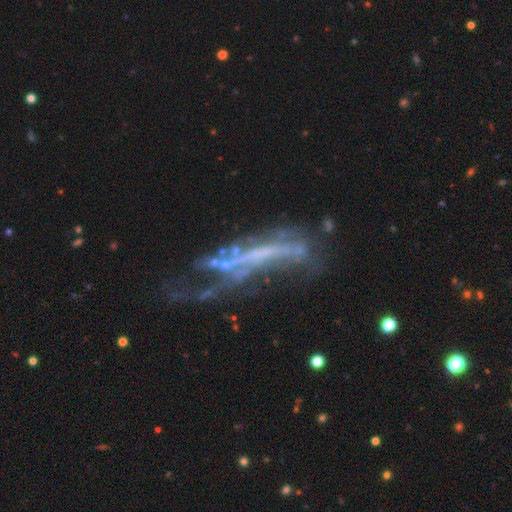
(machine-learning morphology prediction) Smooth or featured?
  - featured or disk: 68% *
  - smooth: 17%
  - star or artifact: 15%
Edge-on disk?
  - no: 63% *
  - yes: 37%
Merging?
  - major disturbance: 40% *
  - none: 29%
  - minor disturbance: 18%
  - merger: 13%